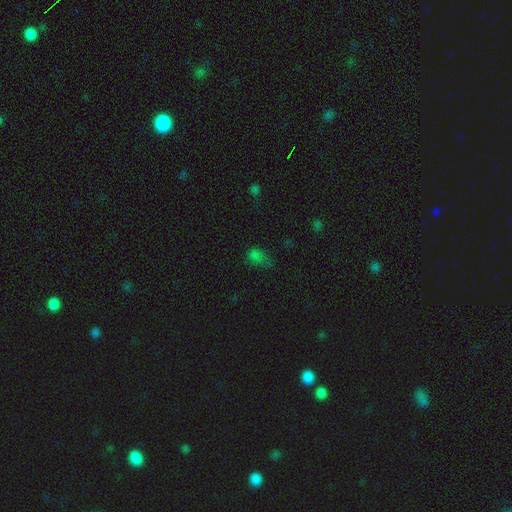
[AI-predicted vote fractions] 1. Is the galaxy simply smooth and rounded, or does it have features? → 66% smooth, 25% star or artifact, 8% featured or disk.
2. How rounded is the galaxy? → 70% in between, 27% round, 3% cigar-shaped.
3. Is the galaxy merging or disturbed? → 39% none, 31% minor disturbance, 24% major disturbance, 6% merger.